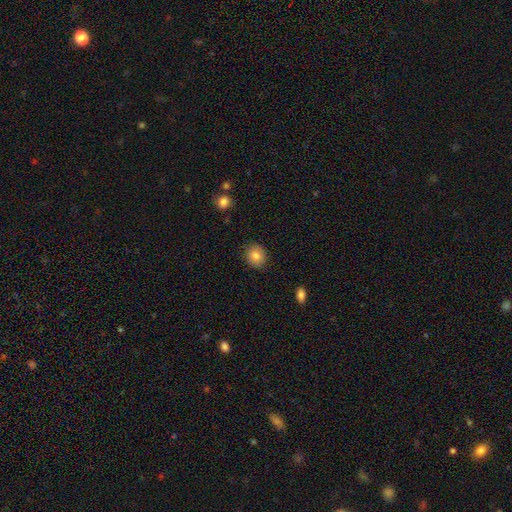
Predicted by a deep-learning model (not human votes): Smooth or featured? smooth (82%)
How rounded? round (77%)
Merging? none (88%)